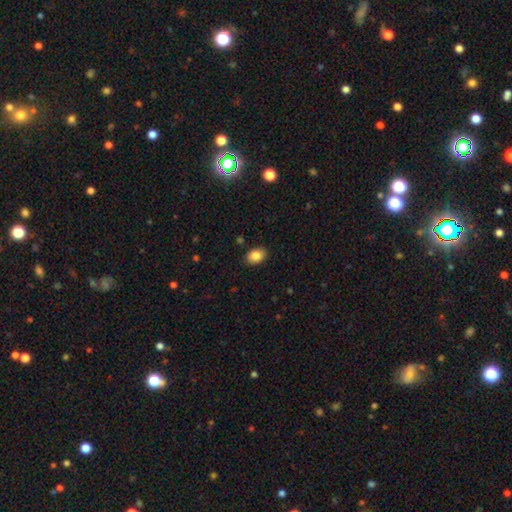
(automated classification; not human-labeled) A smooth galaxy with no disk features (86%) that is in between round and cigar-shaped (75%). Merging: none (87%).